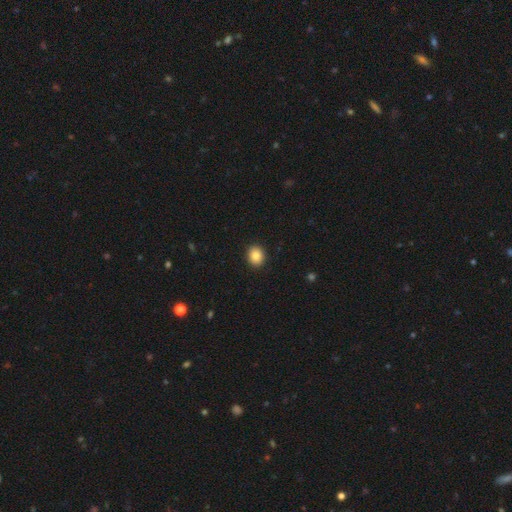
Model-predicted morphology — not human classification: Overall: smooth (85%). How rounded: round (67%; in between 32%). Merging: none (92%).